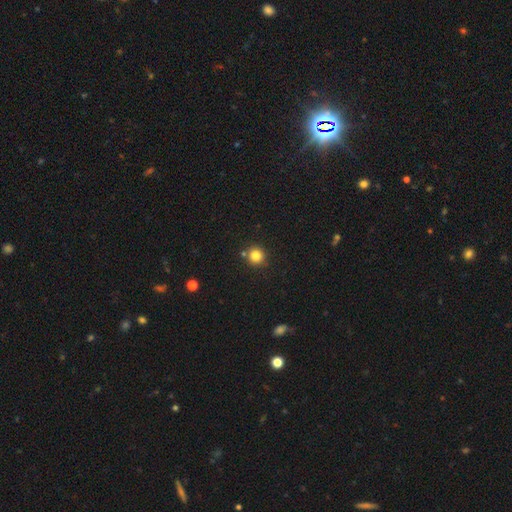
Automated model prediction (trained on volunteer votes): smooth-or-featured: smooth: 82% | star or artifact: 12% | featured or disk: 5%
  how-rounded: round: 93% | in between: 6% | cigar-shaped: 1%
  merging: none: 83% | merger: 8% | minor disturbance: 7% | major disturbance: 2%